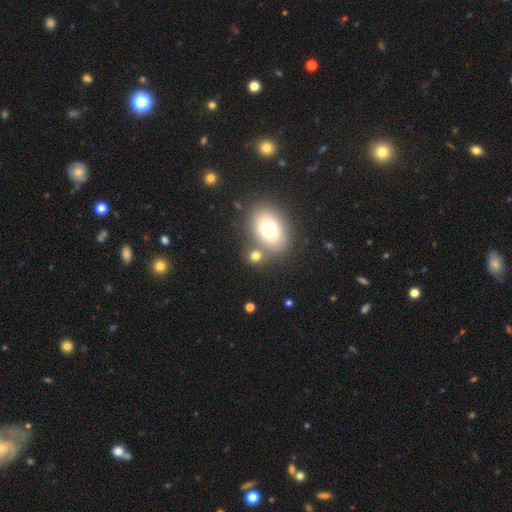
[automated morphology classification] This appears to be a smooth galaxy with no disk features (72%) that is round (57%). Merging: none (65%).